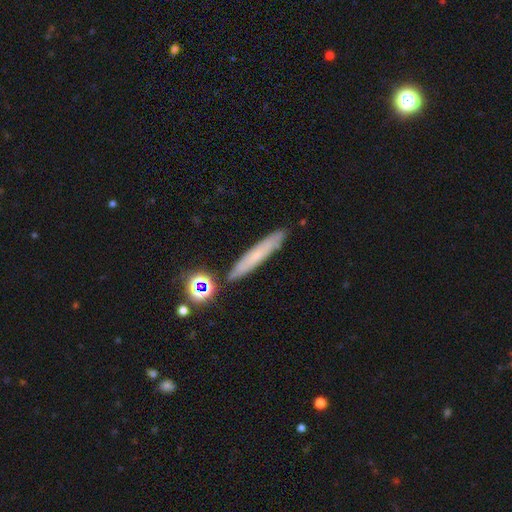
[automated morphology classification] This appears to be a smooth galaxy with no disk features (56%) that is cigar-shaped (92%). Merging: none (85%).